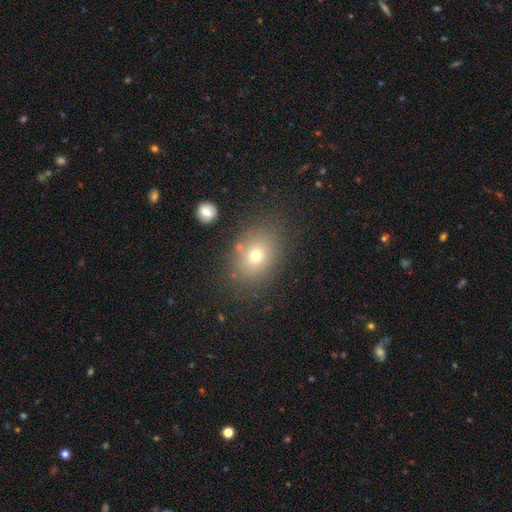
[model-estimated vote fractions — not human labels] The model was most divided on "how rounded": in between: 64%, round: 35%, cigar-shaped: 1%. More confident: merging — none (80%); smooth or featured — smooth (71%).